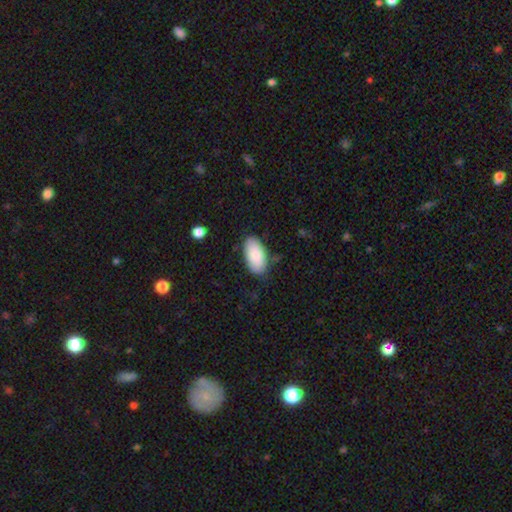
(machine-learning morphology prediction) This appears to be a smooth galaxy with no disk features (86%) that is in between round and cigar-shaped (96%). Merging: none (80%).